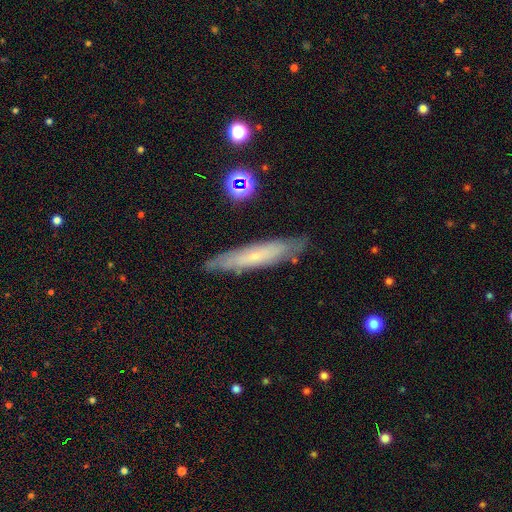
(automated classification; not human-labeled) featured or disk 47%, smooth 44%, star or artifact 8%. Down the decision tree: merging — none (83%).